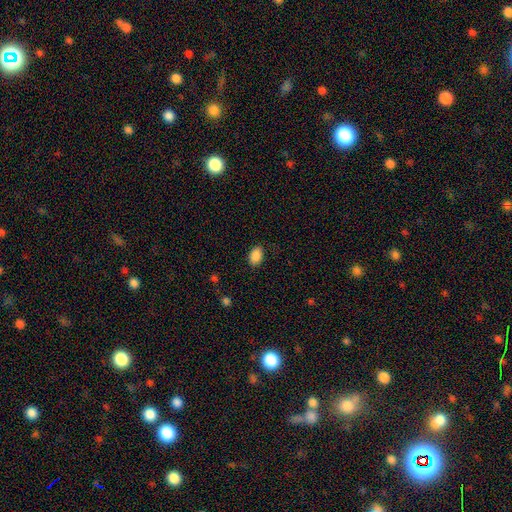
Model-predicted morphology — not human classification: smooth 89%, star or artifact 8%, featured or disk 3%. Down the decision tree: how rounded — in between (86%); merging — none (86%).